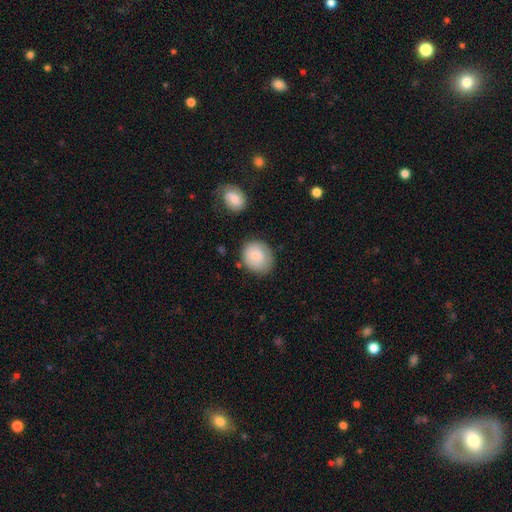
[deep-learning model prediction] Smooth or featured?
  - smooth: 78% *
  - featured or disk: 16%
  - star or artifact: 6%
How rounded?
  - round: 68% *
  - in between: 31%
  - cigar-shaped: 1%
Merging?
  - none: 71% *
  - minor disturbance: 20%
  - major disturbance: 5%
  - merger: 4%